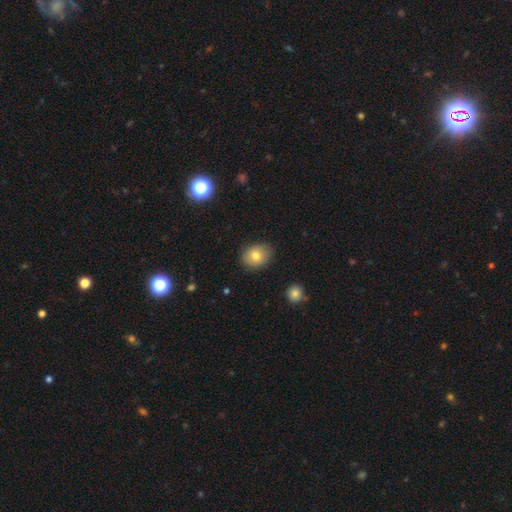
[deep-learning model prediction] smooth 78%, featured or disk 13%, star or artifact 9%. Down the decision tree: how rounded — in between (56%); merging — none (85%).